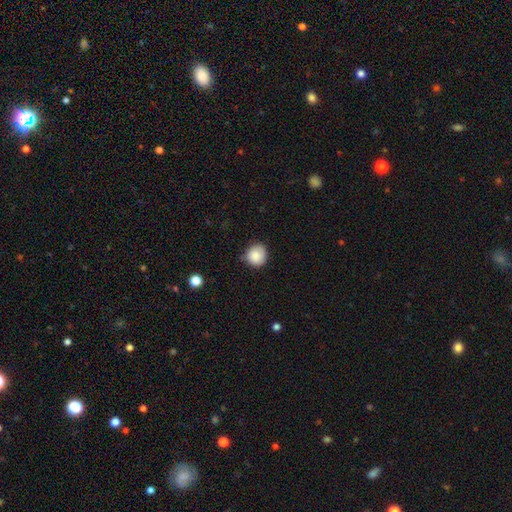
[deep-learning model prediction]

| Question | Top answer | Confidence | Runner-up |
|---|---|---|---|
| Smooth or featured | smooth | 86% | star or artifact (8%) |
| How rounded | round | 88% | in between (11%) |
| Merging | none | 70% | minor disturbance (24%) |